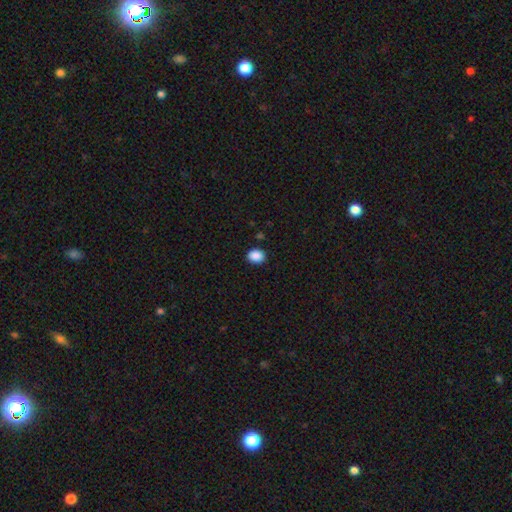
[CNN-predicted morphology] type=smooth (89%); roundness=in between (57%); merging=none (89%).